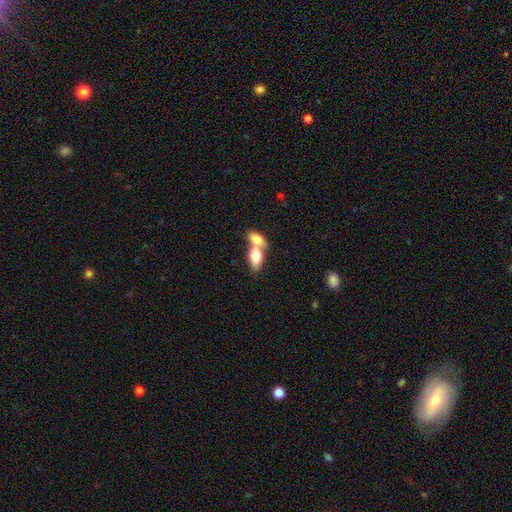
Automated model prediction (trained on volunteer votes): Smooth or featured: smooth — 77% (featured or disk — 18%)
How rounded: in between — 87% (cigar-shaped — 7%)
Merging: merger — 72% (none — 19%)